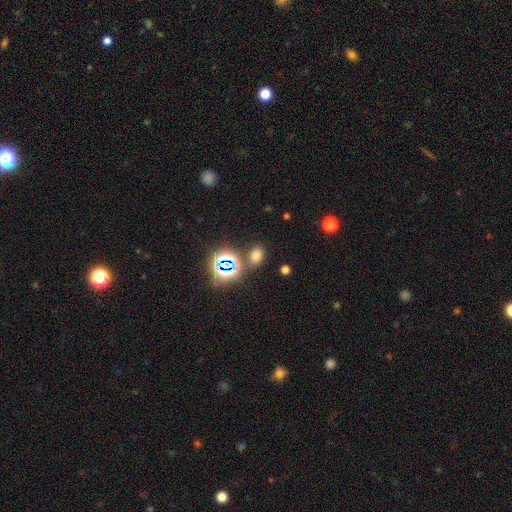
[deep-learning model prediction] Overall: smooth (62%; star or artifact 32%). How rounded: in between (71%). Merging: none (79%).